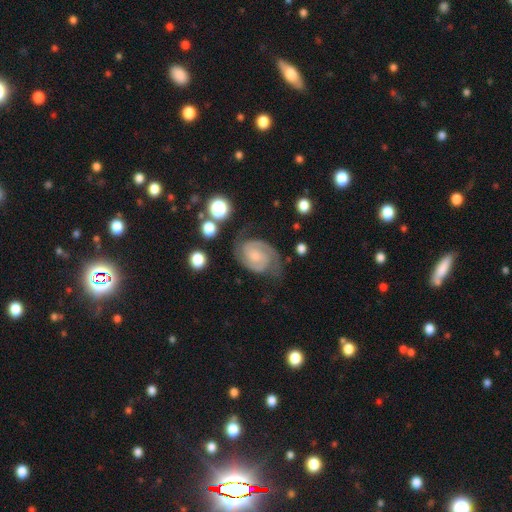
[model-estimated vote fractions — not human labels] Overall: featured or disk (89%). Edge-on disk: no (98%). Bar: no (58%; weak 34%). Spiral arms: yes (98%). Spiral arm count: 2 (91%). Spiral winding: tight (55%; medium 39%). Bulge size: small (43%; moderate 31%). Merging: none (73%).